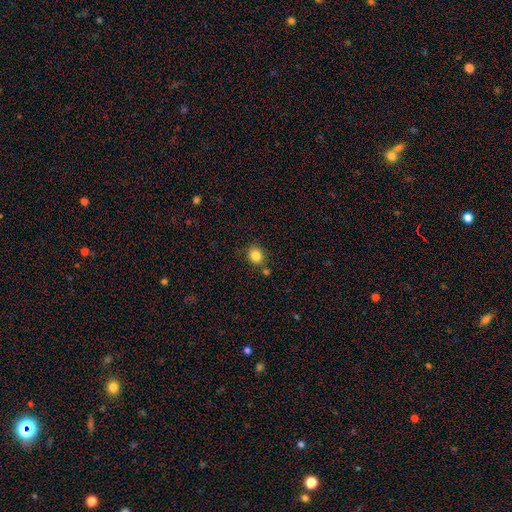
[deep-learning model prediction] smooth 85%, star or artifact 11%, featured or disk 5%. Down the decision tree: how rounded — round (77%); merging — none (80%).